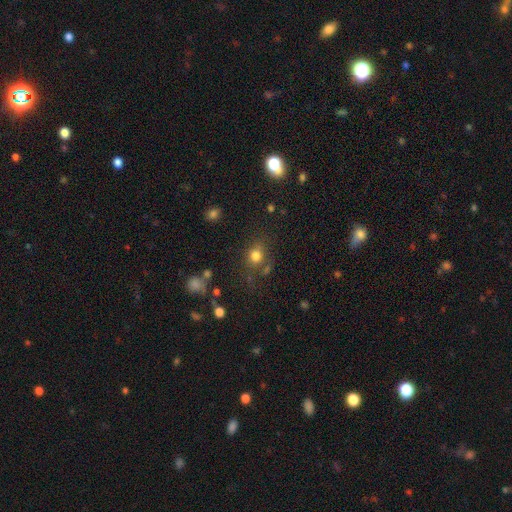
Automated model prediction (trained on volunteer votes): The model was most divided on "merging": none: 64%, minor disturbance: 16%, merger: 10%, major disturbance: 9%. More confident: smooth or featured — smooth (77%); how rounded — round (75%).